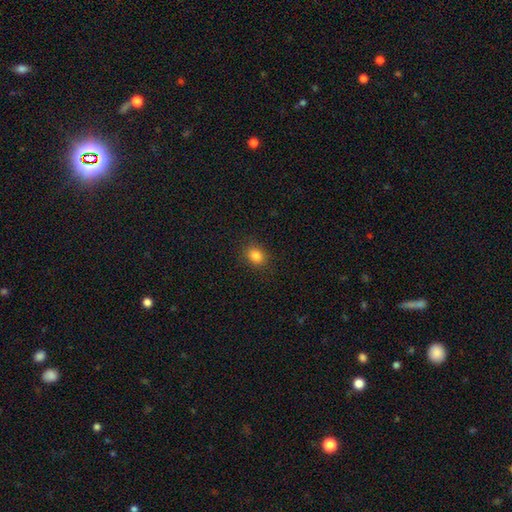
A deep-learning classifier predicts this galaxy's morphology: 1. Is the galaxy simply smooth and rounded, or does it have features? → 83% smooth, 12% star or artifact, 5% featured or disk.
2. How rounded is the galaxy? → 56% round, 43% in between, 1% cigar-shaped.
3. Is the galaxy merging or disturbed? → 88% none, 9% minor disturbance, 3% major disturbance, 1% merger.